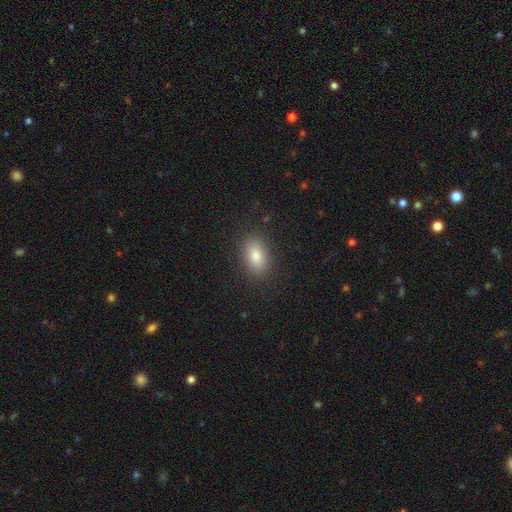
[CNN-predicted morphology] Smooth or featured? Predicted: smooth (p=0.82). How rounded? Predicted: in between (p=0.88). Merging? Predicted: none (p=0.88).